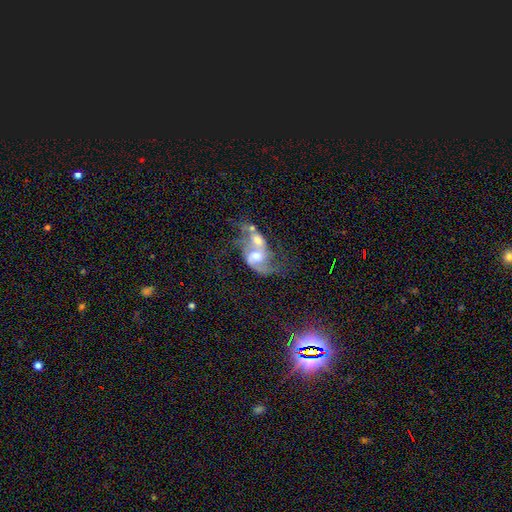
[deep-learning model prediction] The model was most divided on "bar": no: 54%, weak: 34%, strong: 12%. More confident: edge-on disk — no (97%); spiral arms — yes (83%); spiral arm count — 2 (75%); smooth or featured — featured or disk (73%); merging — merger (67%); bulge size — moderate (62%); spiral winding — loose (56%).